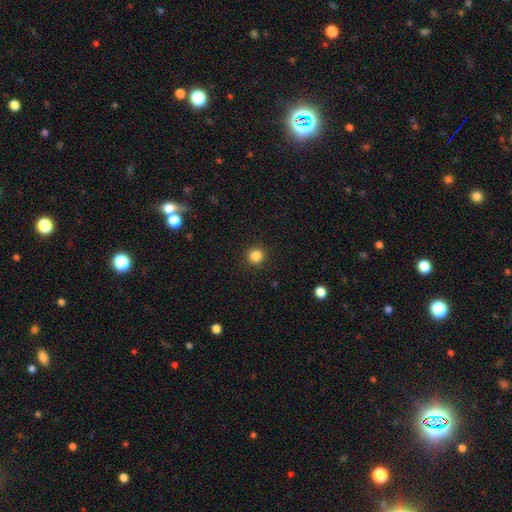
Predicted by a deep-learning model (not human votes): A smooth galaxy with no disk features (85%) that is round (94%).

Vote fractions:
- Smooth or featured? smooth: 85% / star or artifact: 11% / featured or disk: 4%
- How rounded? round: 94% / in between: 5% / cigar-shaped: 1%
- Merging? none: 92% / minor disturbance: 5% / major disturbance: 2% / merger: 1%